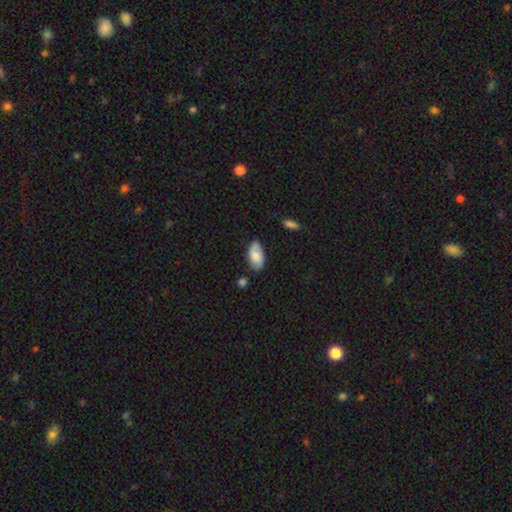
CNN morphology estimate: Smooth or featured?
  - smooth: 60% *
  - featured or disk: 34%
  - star or artifact: 7%
How rounded?
  - in between: 94% *
  - round: 3%
  - cigar-shaped: 3%
Merging?
  - none: 74% *
  - minor disturbance: 19%
  - major disturbance: 4%
  - merger: 3%